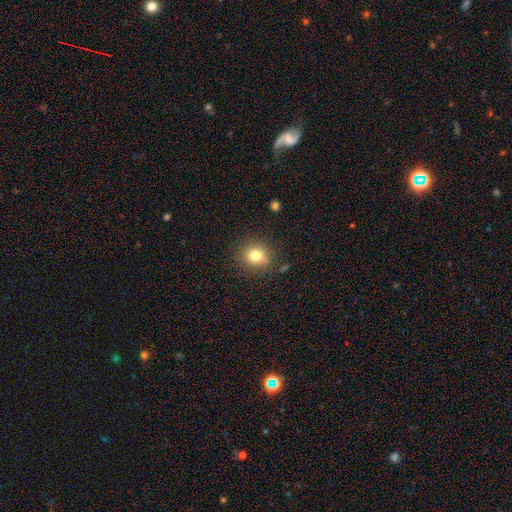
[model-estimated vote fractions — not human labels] Smooth or featured?
  - smooth: 79% *
  - star or artifact: 13%
  - featured or disk: 8%
How rounded?
  - round: 86% *
  - in between: 13%
  - cigar-shaped: 1%
Merging?
  - none: 85% *
  - minor disturbance: 10%
  - major disturbance: 3%
  - merger: 2%